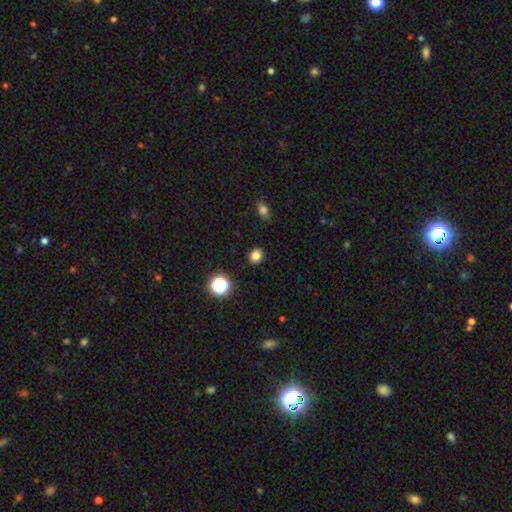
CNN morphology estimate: smooth-or-featured: smooth: 81% | star or artifact: 14% | featured or disk: 5%
  how-rounded: round: 74% | in between: 25% | cigar-shaped: 1%
  merging: none: 90% | minor disturbance: 6% | major disturbance: 2% | merger: 1%